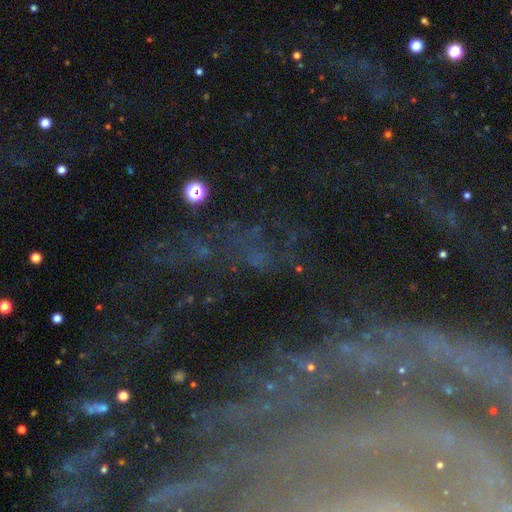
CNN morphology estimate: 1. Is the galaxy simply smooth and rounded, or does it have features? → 56% star or artifact, 29% featured or disk, 15% smooth.